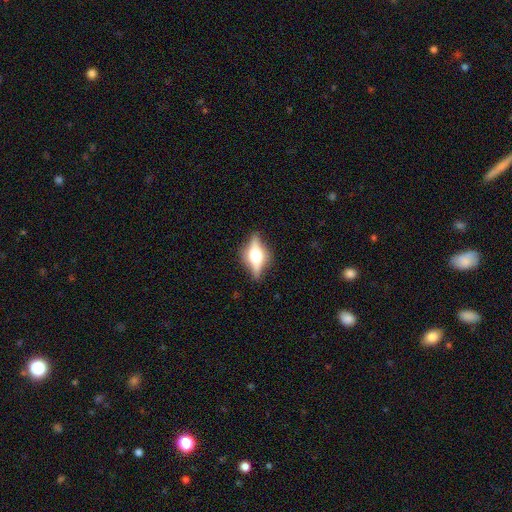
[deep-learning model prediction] A featured or disk galaxy (68%) viewed edge-on (91%) with a rounded central bulge (94%).

Vote fractions:
- Smooth or featured? featured or disk: 68% / smooth: 24% / star or artifact: 8%
- Edge-on disk? yes: 91% / no: 9%
- Edge-on bulge? rounded: 94% / boxy: 5% / none: 1%
- Merging? none: 81% / minor disturbance: 13% / major disturbance: 4% / merger: 1%